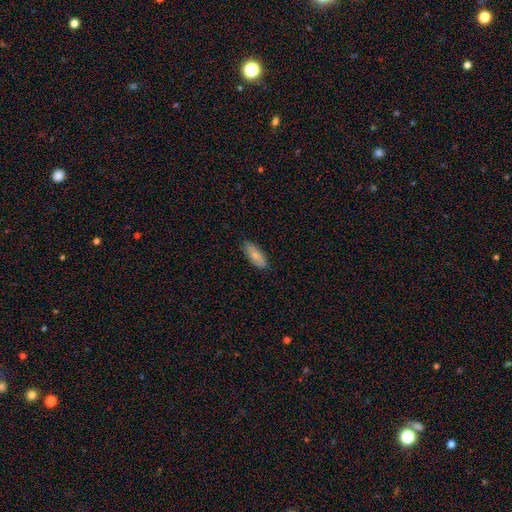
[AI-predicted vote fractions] This is clearly a smooth galaxy (80%). How rounded: likely in between (78%). Merging: clearly none (84%).